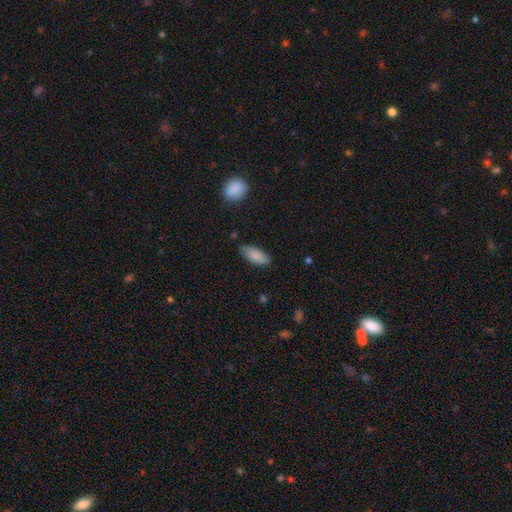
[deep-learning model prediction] Q: Smooth or featured?
A: smooth (86%); runner-up: featured or disk (8%)
Q: How rounded?
A: in between (82%); runner-up: cigar-shaped (16%)
Q: Merging?
A: none (79%); runner-up: minor disturbance (17%)